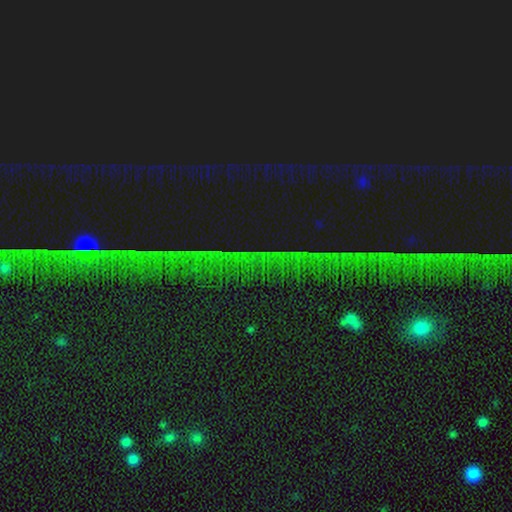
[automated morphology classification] type=star or artifact (80%).